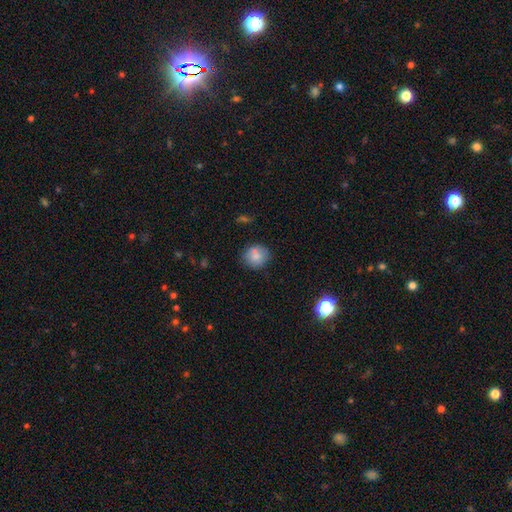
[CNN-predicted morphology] This is likely a smooth galaxy (79%). How rounded: clearly round (85%). Merging: likely none (72%).